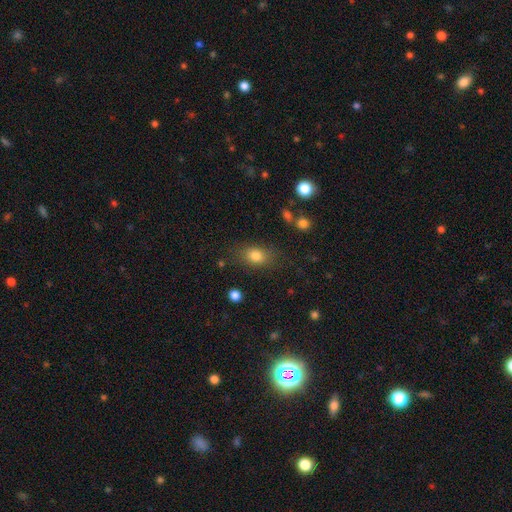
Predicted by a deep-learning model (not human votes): The model was most divided on "how rounded": in between: 71%, round: 27%, cigar-shaped: 2%. More confident: smooth or featured — smooth (82%); merging — none (77%).